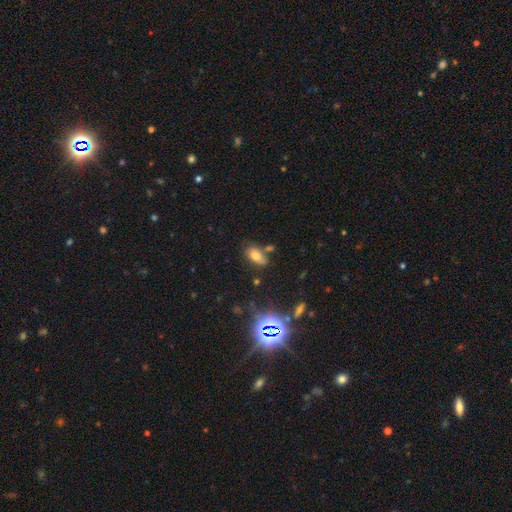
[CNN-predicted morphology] smooth-or-featured: smooth: 71% | star or artifact: 16% | featured or disk: 12%
  how-rounded: in between: 89% | cigar-shaped: 6% | round: 6%
  merging: none: 65% | minor disturbance: 18% | merger: 12% | major disturbance: 5%